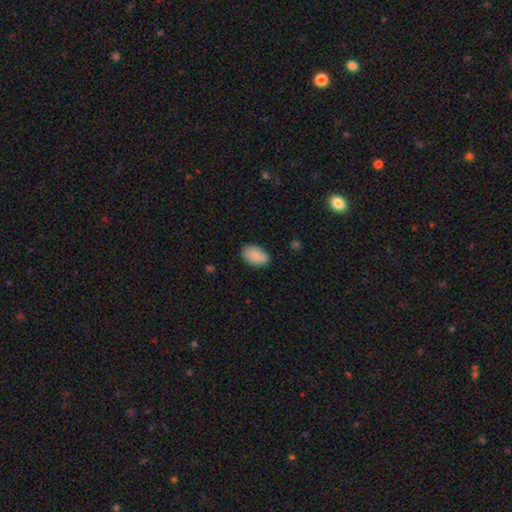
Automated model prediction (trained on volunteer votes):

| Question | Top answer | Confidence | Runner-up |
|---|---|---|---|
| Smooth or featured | smooth | 88% | star or artifact (7%) |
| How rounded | in between | 91% | round (8%) |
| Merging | none | 82% | minor disturbance (14%) |